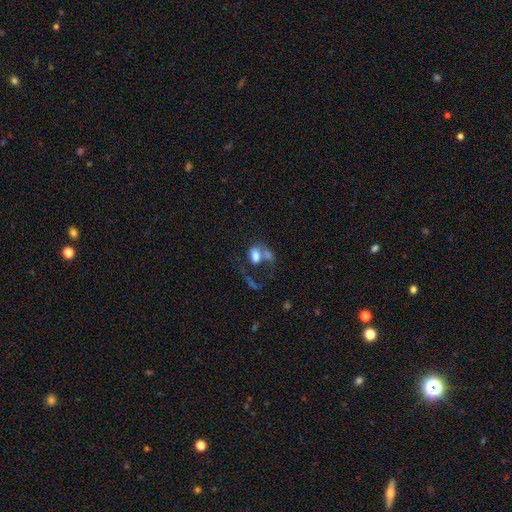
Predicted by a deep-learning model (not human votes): Overall: smooth (69%). How rounded: in between (74%). Merging: merger (53%; none 20%).